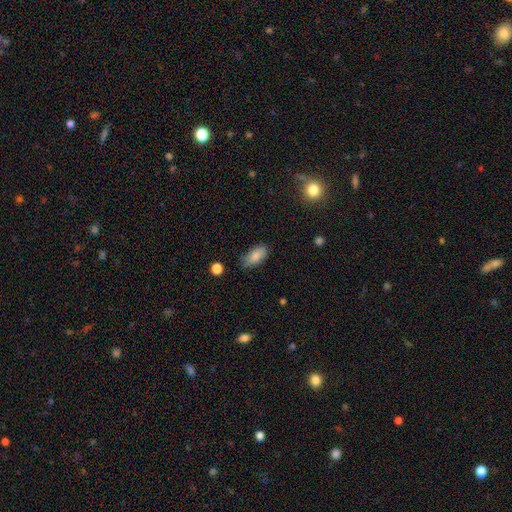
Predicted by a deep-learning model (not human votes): This appears to be a smooth galaxy with no disk features (84%) that is in between round and cigar-shaped (90%). Merging: none (74%).